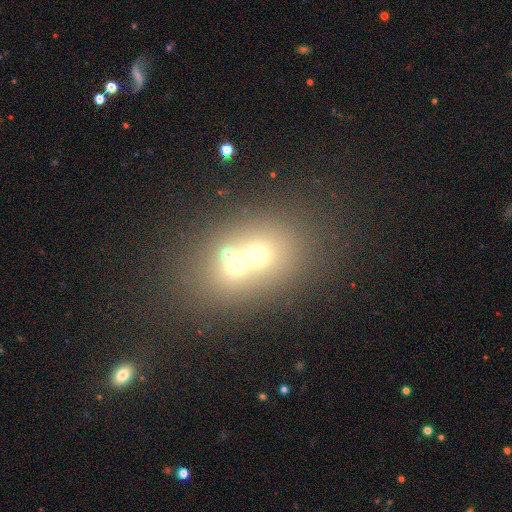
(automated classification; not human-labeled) Smooth or featured?
  - smooth: 52% *
  - featured or disk: 27%
  - star or artifact: 21%
How rounded?
  - round: 52% *
  - in between: 47%
  - cigar-shaped: 1%
Merging?
  - merger: 58% *
  - none: 31%
  - minor disturbance: 7%
  - major disturbance: 4%